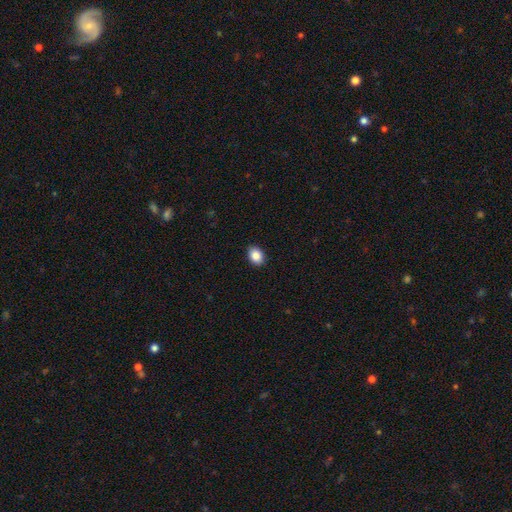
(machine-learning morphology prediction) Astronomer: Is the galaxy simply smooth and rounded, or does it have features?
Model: smooth — 87%.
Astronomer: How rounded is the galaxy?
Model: in between — 67%.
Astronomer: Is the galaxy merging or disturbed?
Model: none — 89%.